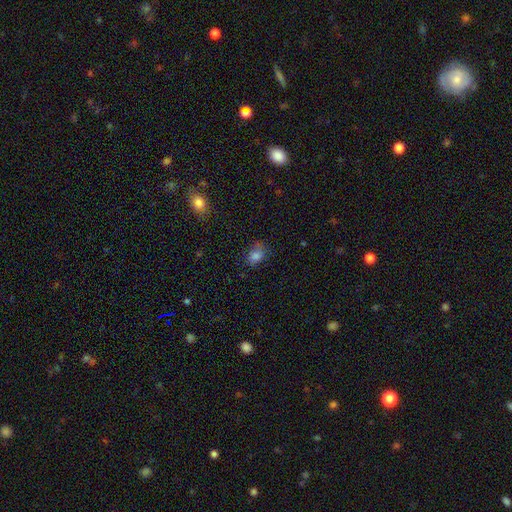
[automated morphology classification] A smooth galaxy with no disk features (80%) that is in between round and cigar-shaped (71%).

Vote fractions:
- Smooth or featured? smooth: 80% / star or artifact: 12% / featured or disk: 7%
- How rounded? in between: 71% / round: 28% / cigar-shaped: 1%
- Merging? none: 63% / minor disturbance: 26% / major disturbance: 8% / merger: 3%